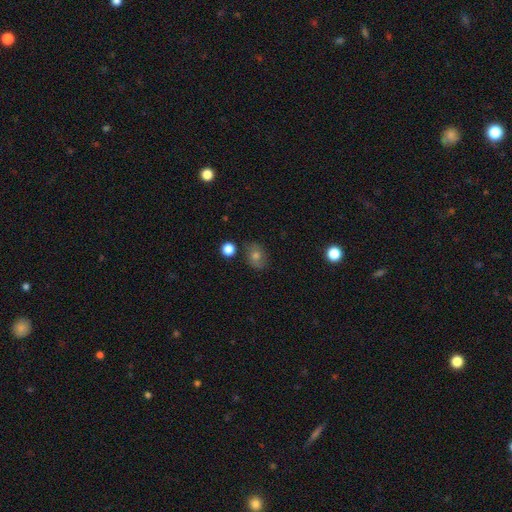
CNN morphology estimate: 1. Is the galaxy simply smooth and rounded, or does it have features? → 63% smooth, 19% featured or disk, 18% star or artifact.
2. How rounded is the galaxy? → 55% in between, 44% round, 1% cigar-shaped.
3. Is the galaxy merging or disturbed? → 79% none, 14% minor disturbance, 4% major disturbance, 3% merger.